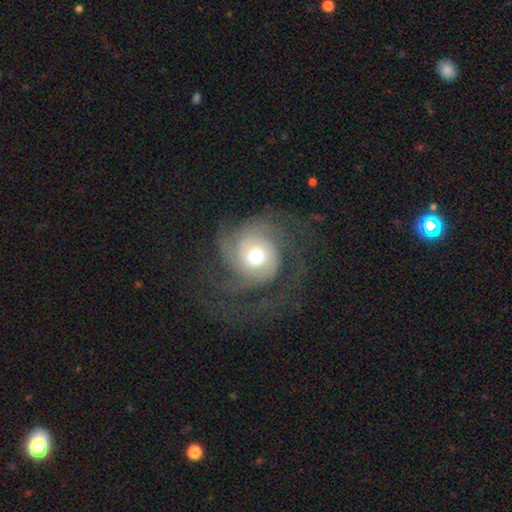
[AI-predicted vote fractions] A featured or disk galaxy (77%) with no bar (76%), 2 (37%) tight (43%) spiral arms (92%) and a moderate central bulge (66%). Merging: none (57%).